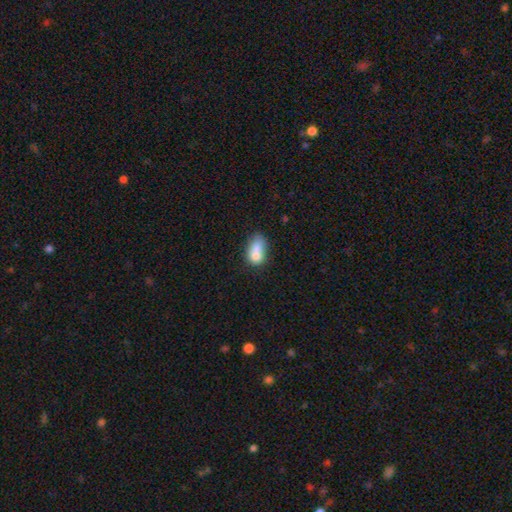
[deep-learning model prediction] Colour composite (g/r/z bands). It shows a smooth galaxy with no disk features (75%) that is in between round and cigar-shaped (83%). Merging: none (33%).